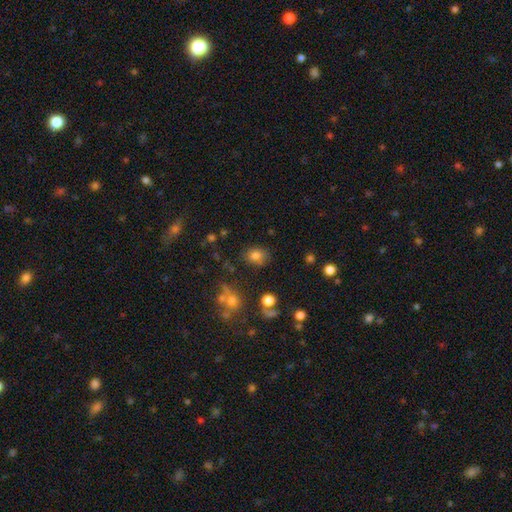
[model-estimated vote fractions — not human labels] smooth_or_featured: smooth (p=0.78) [alt: star or artifact p=0.14]
how_rounded: round (p=0.54) [alt: in between p=0.45]
merging: none (p=0.77) [alt: minor disturbance p=0.14]